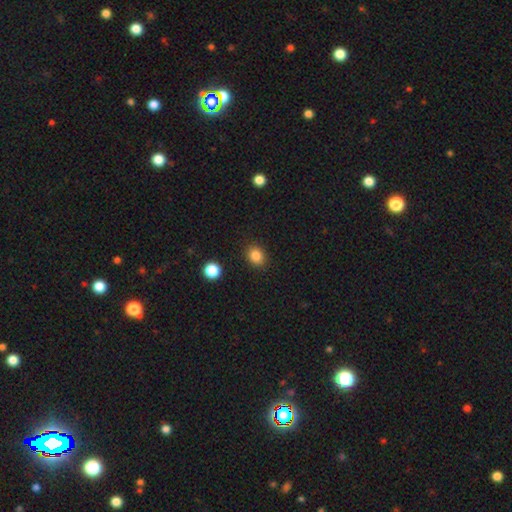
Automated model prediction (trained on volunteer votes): Smooth or featured? smooth (85%)
How rounded? round (56%)
Merging? none (89%)